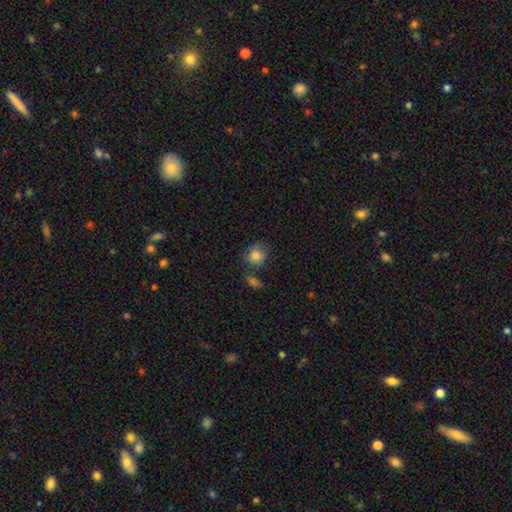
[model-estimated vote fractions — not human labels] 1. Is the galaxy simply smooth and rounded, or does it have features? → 82% smooth, 10% featured or disk, 8% star or artifact.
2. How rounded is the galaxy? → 72% round, 27% in between, 1% cigar-shaped.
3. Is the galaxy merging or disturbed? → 60% none, 20% minor disturbance, 13% merger, 7% major disturbance.